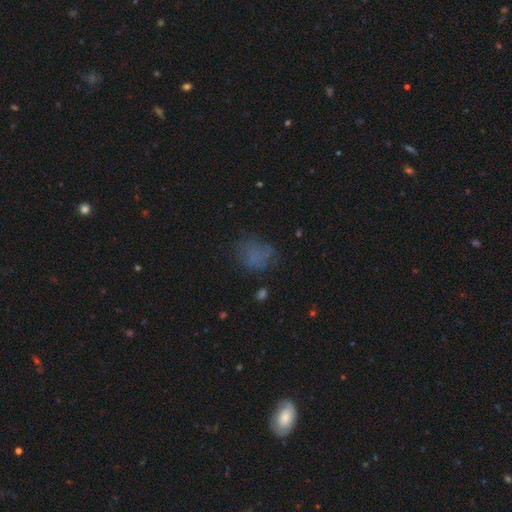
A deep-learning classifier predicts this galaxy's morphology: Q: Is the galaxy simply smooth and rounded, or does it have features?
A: smooth — 64%.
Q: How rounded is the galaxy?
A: round — 59%.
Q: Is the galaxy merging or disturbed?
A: none — 55%.